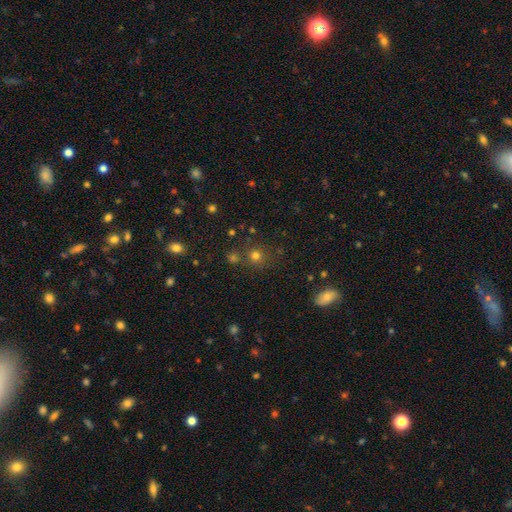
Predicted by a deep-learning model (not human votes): Smooth or featured? Predicted: smooth (p=0.71). How rounded? Predicted: round (p=0.91). Merging? Predicted: none (p=0.79).